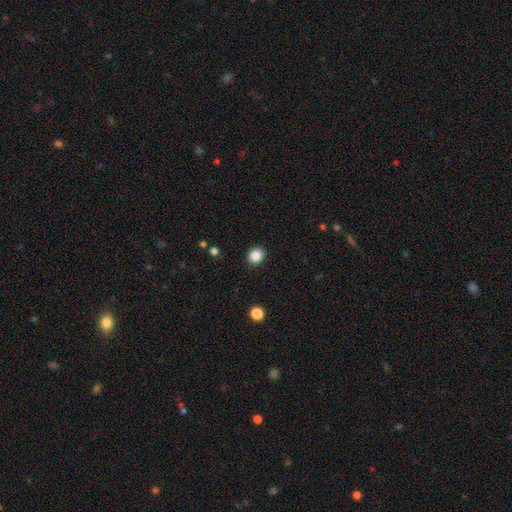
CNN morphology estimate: A smooth galaxy with no disk features (86%) that is round (81%).

Vote fractions:
- Smooth or featured? smooth: 86% / star or artifact: 10% / featured or disk: 4%
- How rounded? round: 81% / in between: 18% / cigar-shaped: 1%
- Merging? none: 90% / minor disturbance: 7% / major disturbance: 2% / merger: 1%